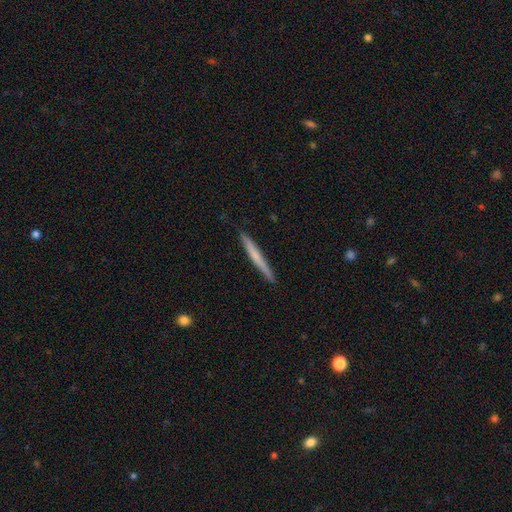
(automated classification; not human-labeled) This appears to be a smooth galaxy with no disk features (58%) that is cigar-shaped (97%). Merging: none (90%).